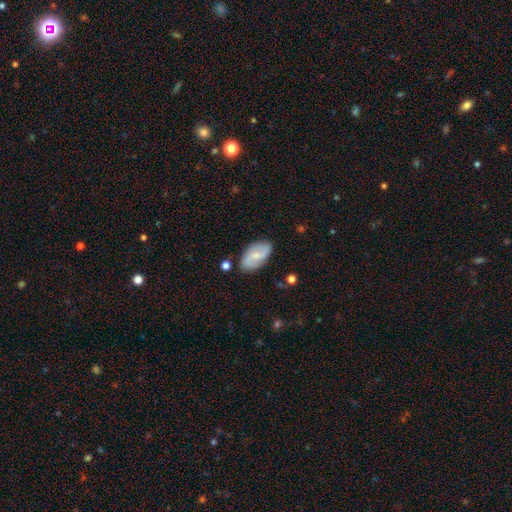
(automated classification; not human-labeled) Smooth or featured? Predicted: featured or disk (p=0.61). Edge-on disk? Predicted: no (p=0.96). Bar? Predicted: weak (p=0.46). Spiral arms? Predicted: yes (p=0.89). Spiral winding? Predicted: loose (p=0.48). Spiral arm count? Predicted: 2 (p=0.87). Bulge size? Predicted: small (p=0.60). Merging? Predicted: none (p=0.81).